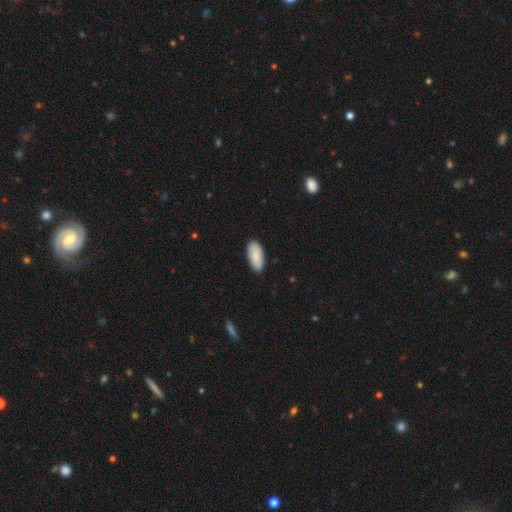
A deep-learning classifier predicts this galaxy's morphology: Smooth or featured? Predicted: smooth (p=0.87). How rounded? Predicted: in between (p=0.90). Merging? Predicted: none (p=0.87).